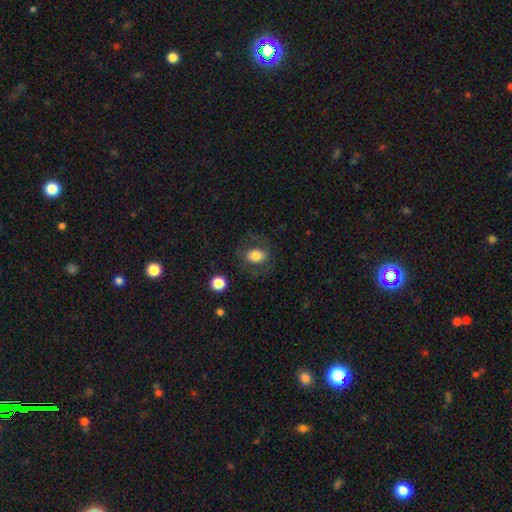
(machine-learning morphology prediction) A smooth galaxy with no disk features (73%) that is in between round and cigar-shaped (62%).

Vote fractions:
- Smooth or featured? smooth: 73% / featured or disk: 18% / star or artifact: 9%
- How rounded? in between: 62% / round: 37% / cigar-shaped: 1%
- Merging? none: 70% / minor disturbance: 15% / major disturbance: 13% / merger: 2%